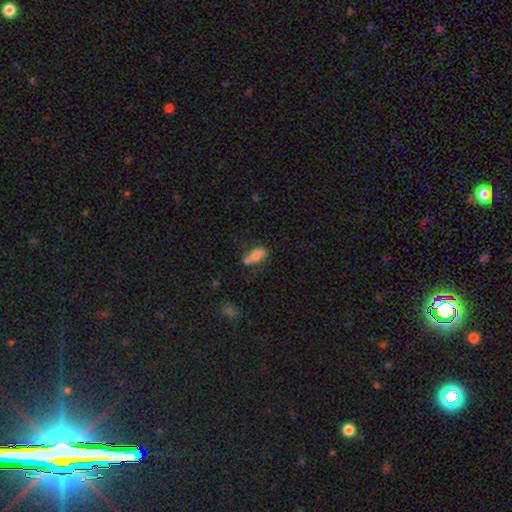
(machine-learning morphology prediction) smooth-or-featured: smooth: 69% | featured or disk: 21% | star or artifact: 10%
  how-rounded: in between: 76% | cigar-shaped: 19% | round: 5%
  merging: none: 45% | minor disturbance: 24% | merger: 21% | major disturbance: 11%